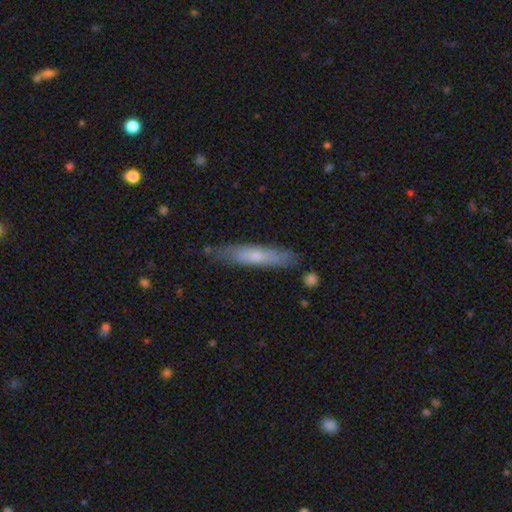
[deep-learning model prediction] smooth_or_featured: smooth (p=0.60) [alt: featured or disk p=0.34]
how_rounded: cigar-shaped (p=0.85) [alt: in between p=0.13]
merging: none (p=0.75) [alt: minor disturbance p=0.19]